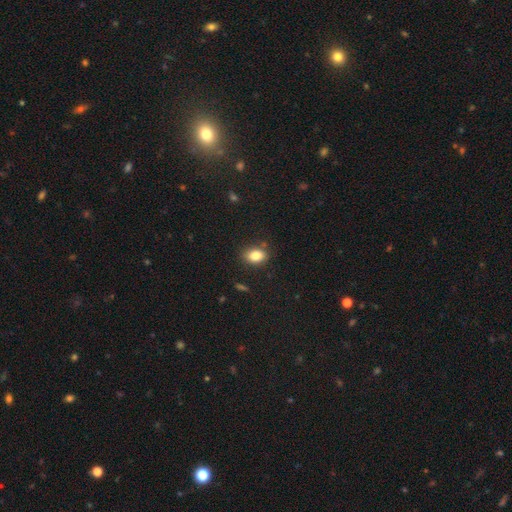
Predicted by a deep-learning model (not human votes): smooth-or-featured: smooth: 84% | star or artifact: 9% | featured or disk: 7%
  how-rounded: in between: 73% | round: 26% | cigar-shaped: 1%
  merging: none: 83% | minor disturbance: 12% | major disturbance: 3% | merger: 2%